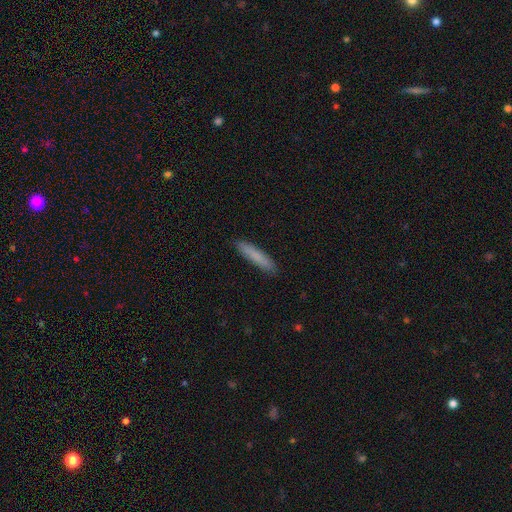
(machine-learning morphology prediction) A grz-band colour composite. It shows a smooth galaxy with no disk features (82%) that is cigar-shaped (90%). Merging: none (90%).